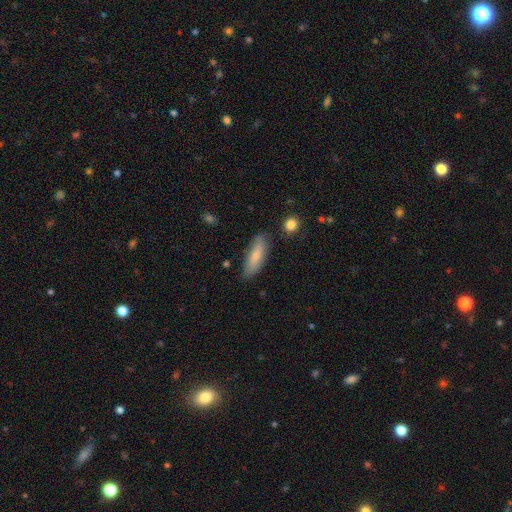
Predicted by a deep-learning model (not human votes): A smooth galaxy with no disk features (73%) that is in between round and cigar-shaped (51%). Merging: none (76%).